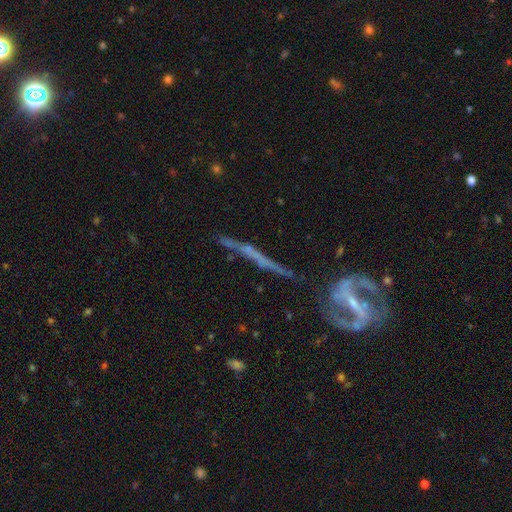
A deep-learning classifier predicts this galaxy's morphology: Smooth or featured?
  - featured or disk: 73% *
  - smooth: 16%
  - star or artifact: 11%
Edge-on disk?
  - yes: 67% *
  - no: 33%
Merging?
  - none: 61% *
  - minor disturbance: 19%
  - major disturbance: 12%
  - merger: 8%